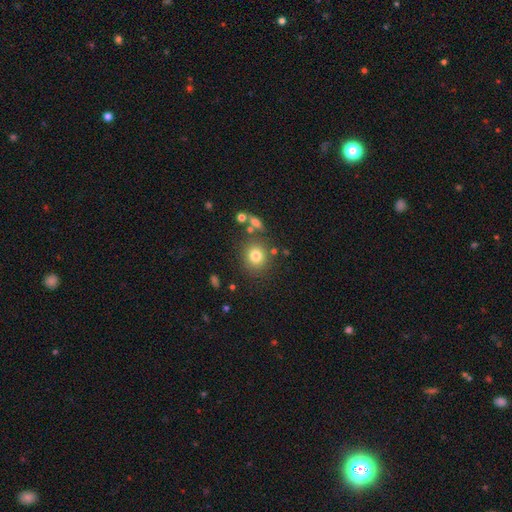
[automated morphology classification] Smooth or featured: smooth — 78% (star or artifact — 12%)
How rounded: round — 82% (in between — 17%)
Merging: none — 79% (minor disturbance — 10%)